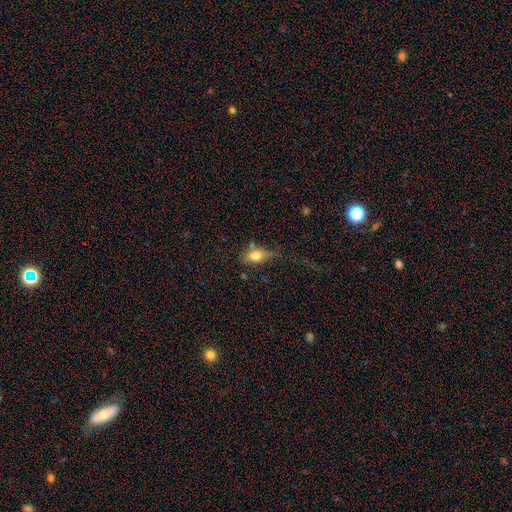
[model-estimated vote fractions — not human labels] Smooth or featured? Predicted: smooth (p=0.70). How rounded? Predicted: in between (p=0.80). Merging? Predicted: none (p=0.49).